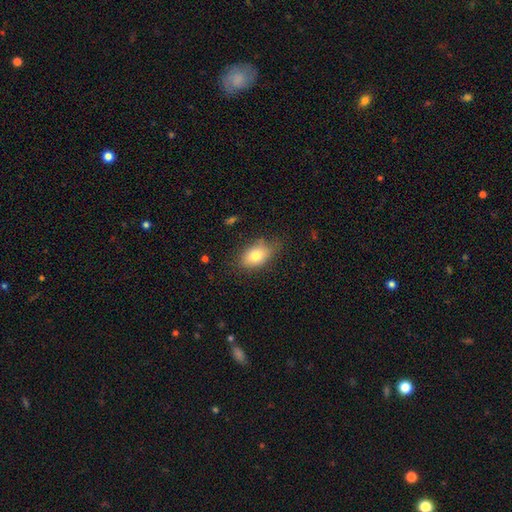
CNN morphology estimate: type=smooth (78%); roundness=in between (85%); merging=none (68%).